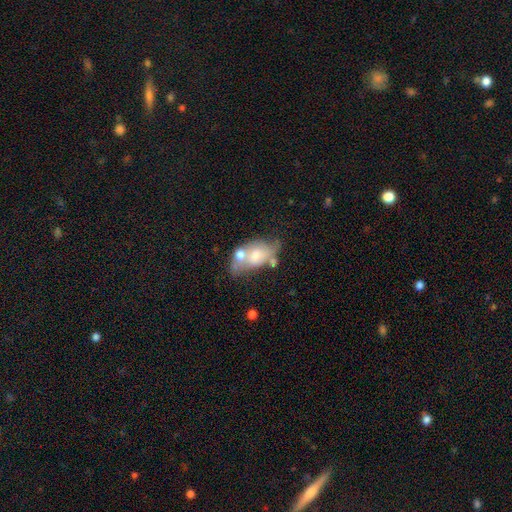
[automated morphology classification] A smooth galaxy with no disk features (47%). Merging: merger (39%).